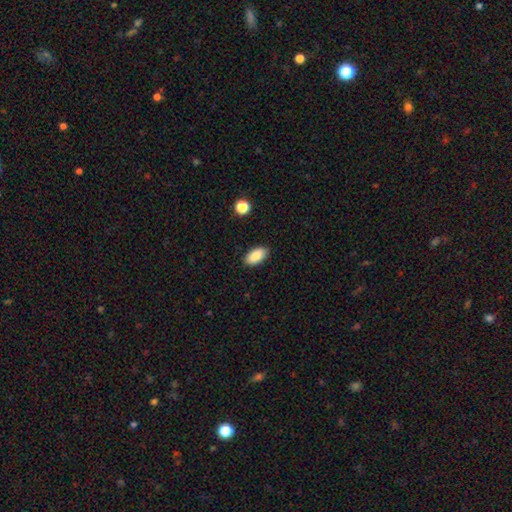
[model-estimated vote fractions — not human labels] A smooth galaxy with no disk features (87%) that is in between round and cigar-shaped (93%).

Vote fractions:
- Smooth or featured? smooth: 87% / star or artifact: 7% / featured or disk: 5%
- How rounded? in between: 93% / cigar-shaped: 4% / round: 3%
- Merging? none: 88% / minor disturbance: 9% / major disturbance: 2% / merger: 1%